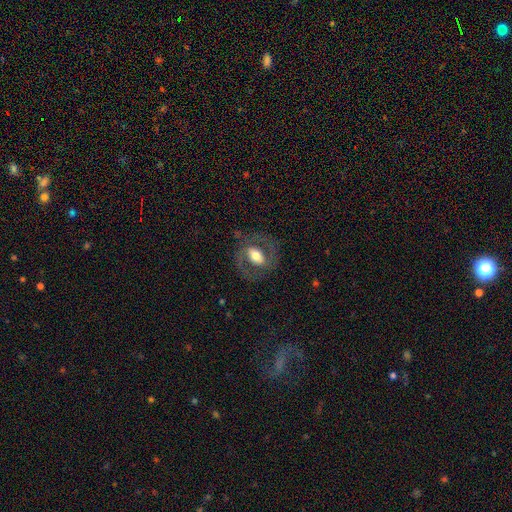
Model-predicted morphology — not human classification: Q: Smooth or featured?
A: featured or disk (61%); runner-up: smooth (33%)
Q: Edge-on disk?
A: no (94%); runner-up: yes (6%)
Q: Bar?
A: no (41%); runner-up: weak (33%)
Q: Spiral arms?
A: yes (53%); runner-up: no (47%)
Q: Bulge size?
A: moderate (57%); runner-up: large (30%)
Q: Merging?
A: none (74%); runner-up: minor disturbance (13%)